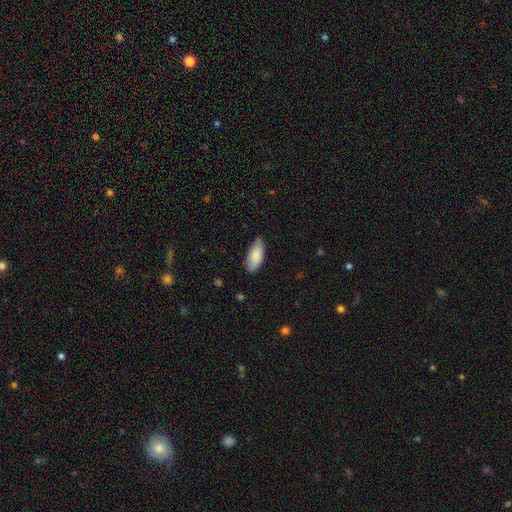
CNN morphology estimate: smooth 85%, featured or disk 9%, star or artifact 6%. Down the decision tree: how rounded — in between (88%); merging — none (77%).